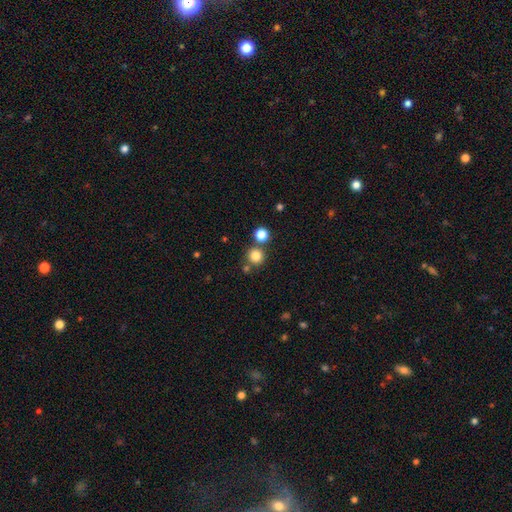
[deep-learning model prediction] A smooth galaxy with no disk features (81%) that is round (93%).

Vote fractions:
- Smooth or featured? smooth: 81% / star or artifact: 13% / featured or disk: 6%
- How rounded? round: 93% / in between: 6% / cigar-shaped: 1%
- Merging? none: 75% / merger: 16% / minor disturbance: 7% / major disturbance: 3%